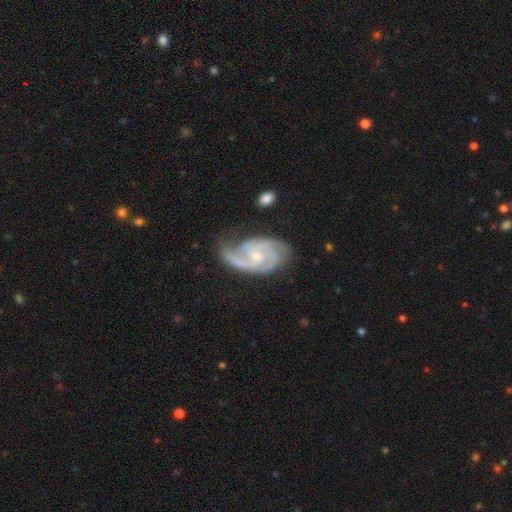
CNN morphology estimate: A featured or disk galaxy (90%) with no bar (51%), 2 (42%) medium (48%) spiral arms (98%) and a small central bulge (59%).

Vote fractions:
- Smooth or featured? featured or disk: 90% / smooth: 6% / star or artifact: 4%
- Edge-on disk? no: 97% / yes: 3%
- Bar? no: 51% / weak: 42% / strong: 8%
- Spiral arms? yes: 98% / no: 2%
- Spiral winding? medium: 48% / tight: 40% / loose: 11%
- Spiral arm count? 2: 42% / 3: 36% / can't tell: 10% / 4: 4% / 1: 4% / more than 4: 3%
- Bulge size? small: 59% / moderate: 34% / none: 5% / large: 1% / dominant: 1%
- Merging? none: 59% / minor disturbance: 26% / major disturbance: 13% / merger: 3%